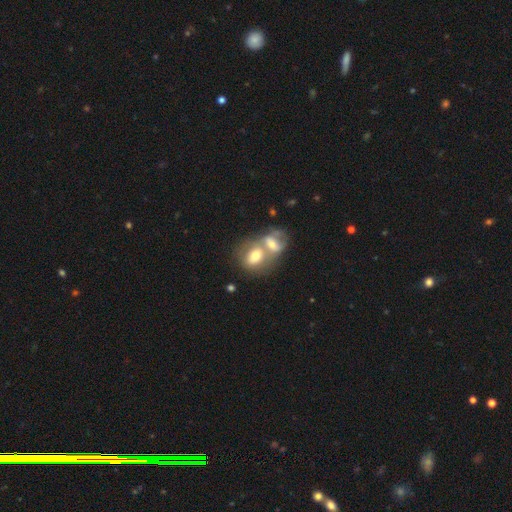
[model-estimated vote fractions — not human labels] Smooth or featured: smooth — 60% (featured or disk — 32%)
How rounded: in between — 62% (round — 36%)
Merging: merger — 71% (none — 18%)